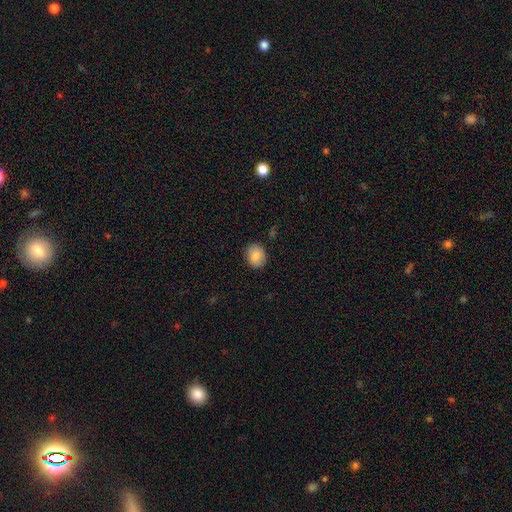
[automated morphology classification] The model was most divided on "how rounded": round: 62%, in between: 37%, cigar-shaped: 1%. More confident: merging — none (87%); smooth or featured — smooth (85%).